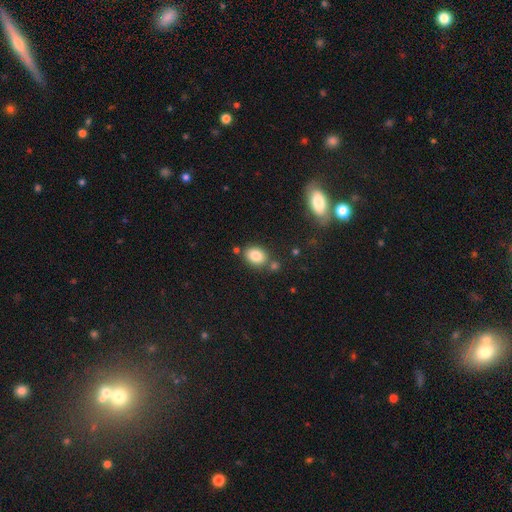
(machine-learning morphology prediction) Overall: smooth (84%). How rounded: in between (65%; round 34%). Merging: none (73%).